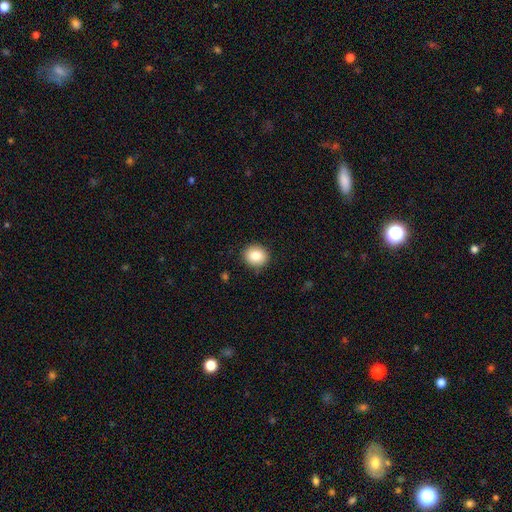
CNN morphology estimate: This is clearly a smooth galaxy (83%). How rounded: clearly round (86%). Merging: clearly none (89%).